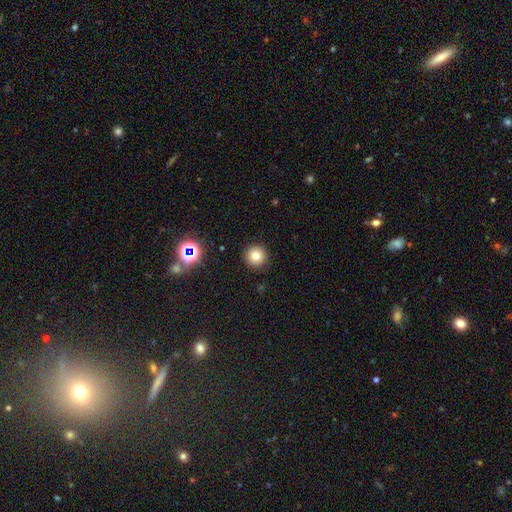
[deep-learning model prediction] A smooth galaxy with no disk features (79%) that is round (95%).

Vote fractions:
- Smooth or featured? smooth: 79% / star or artifact: 15% / featured or disk: 6%
- How rounded? round: 95% / in between: 4% / cigar-shaped: 1%
- Merging? none: 91% / minor disturbance: 6% / major disturbance: 2% / merger: 1%